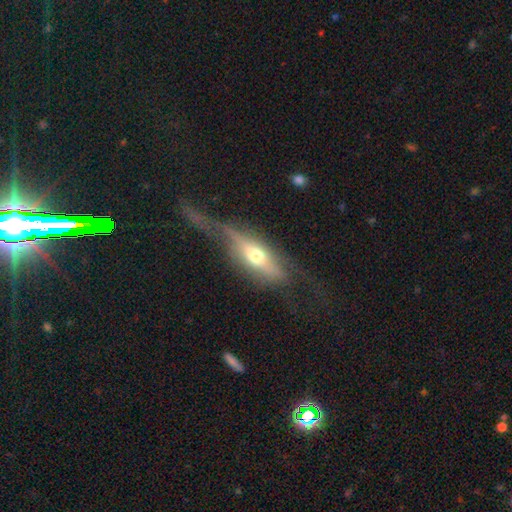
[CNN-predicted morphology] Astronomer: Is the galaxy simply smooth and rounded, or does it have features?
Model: featured or disk — 53% (runner-up: smooth, 39%).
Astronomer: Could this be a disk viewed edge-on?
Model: yes — 72%.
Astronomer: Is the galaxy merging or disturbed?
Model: none — 40% (runner-up: major disturbance, 32%).